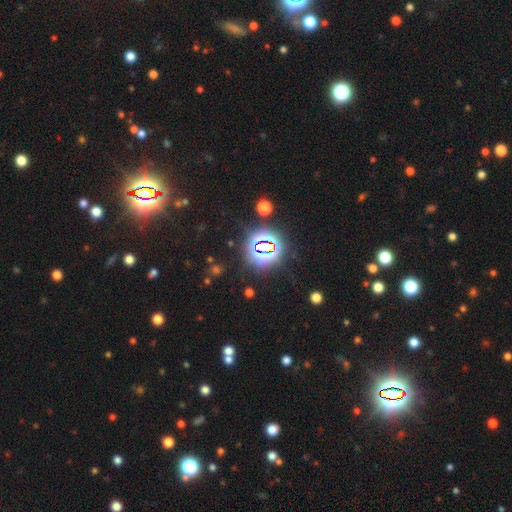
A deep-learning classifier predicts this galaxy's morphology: Overall: star or artifact (80%).